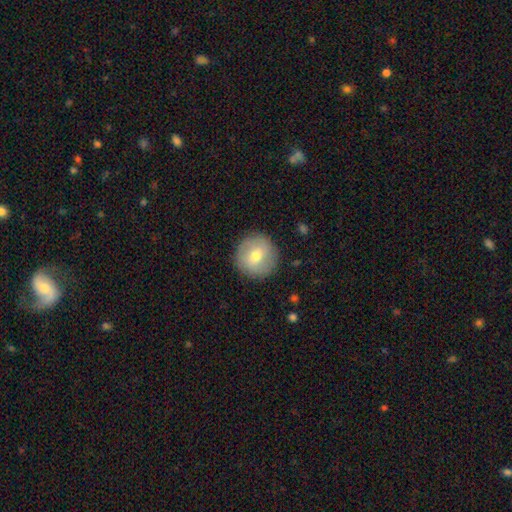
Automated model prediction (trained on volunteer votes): Smooth or featured: smooth — 68% (featured or disk — 24%)
How rounded: round — 95% (in between — 4%)
Merging: none — 89% (minor disturbance — 7%)